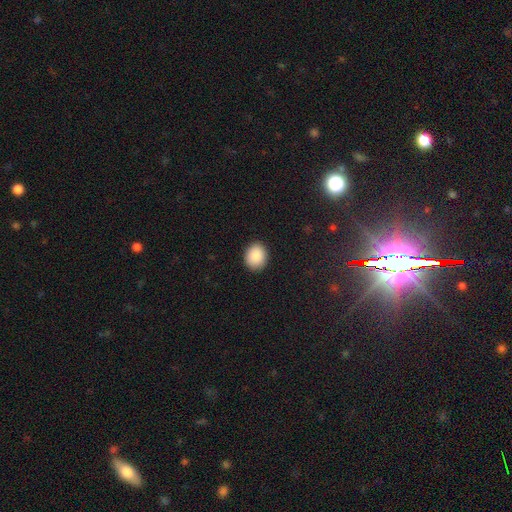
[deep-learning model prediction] The model was most divided on "how rounded": round: 63%, in between: 36%, cigar-shaped: 1%. More confident: merging — none (90%); smooth or featured — smooth (89%).